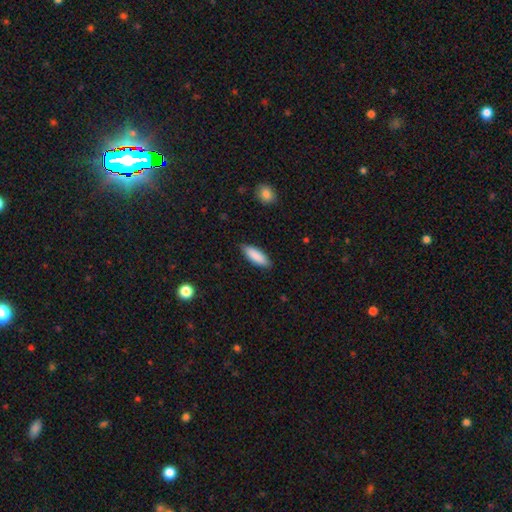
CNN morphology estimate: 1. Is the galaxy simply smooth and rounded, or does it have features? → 88% smooth, 6% featured or disk, 6% star or artifact.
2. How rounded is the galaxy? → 62% in between, 36% cigar-shaped, 2% round.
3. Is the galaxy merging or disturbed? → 86% none, 11% minor disturbance, 2% major disturbance, 1% merger.